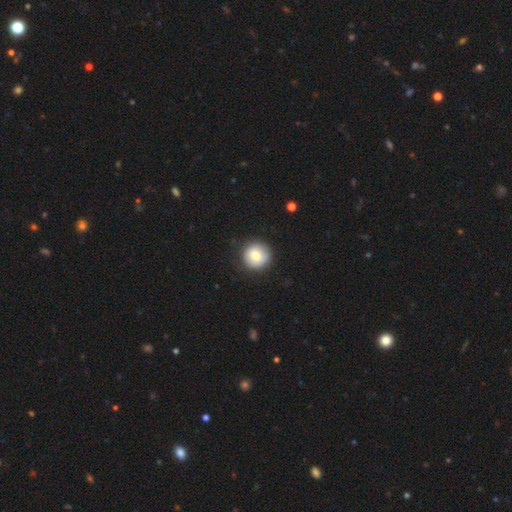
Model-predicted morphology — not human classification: Q: Smooth or featured?
A: smooth (77%); runner-up: featured or disk (16%)
Q: How rounded?
A: round (95%); runner-up: in between (4%)
Q: Merging?
A: none (88%); runner-up: minor disturbance (8%)